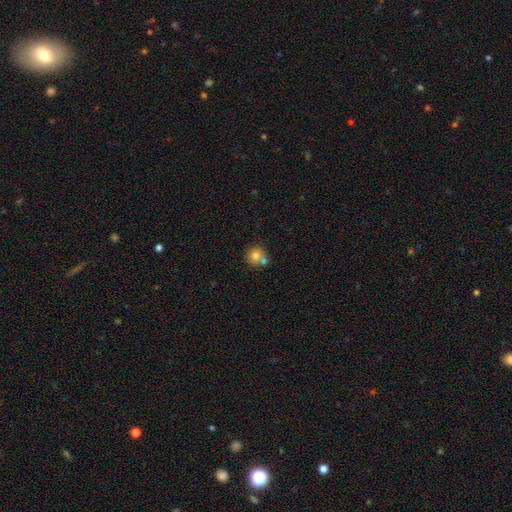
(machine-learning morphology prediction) This appears to be a smooth galaxy with no disk features (77%) that is round (89%). Merging: none (50%).